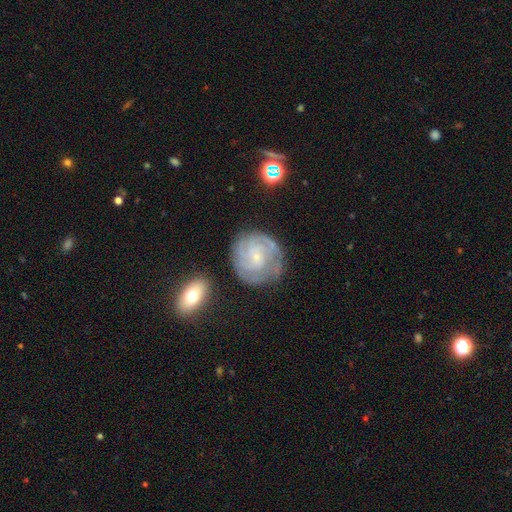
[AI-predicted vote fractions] This appears to be a featured or disk galaxy (81%) with no bar (71%), tight (71%) spiral arms (94%) and a small central bulge (83%). Merging: none (74%).